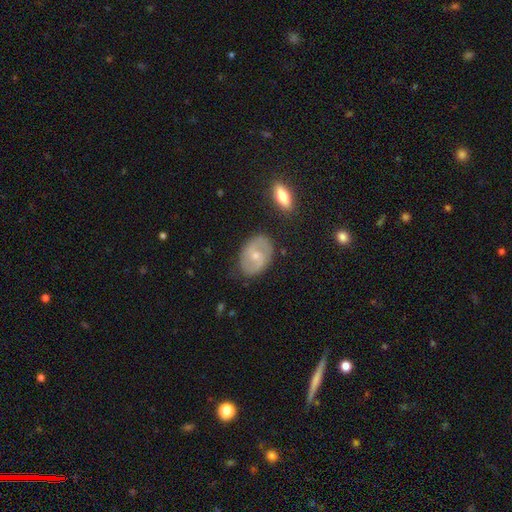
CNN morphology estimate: Q: Smooth or featured?
A: featured or disk (62%); runner-up: smooth (31%)
Q: Edge-on disk?
A: no (95%); runner-up: yes (5%)
Q: Bar?
A: weak (47%); runner-up: no (41%)
Q: Spiral arms?
A: yes (74%); runner-up: no (26%)
Q: Bulge size?
A: moderate (48%); tied with: small (48%)
Q: Merging?
A: none (80%); runner-up: minor disturbance (14%)